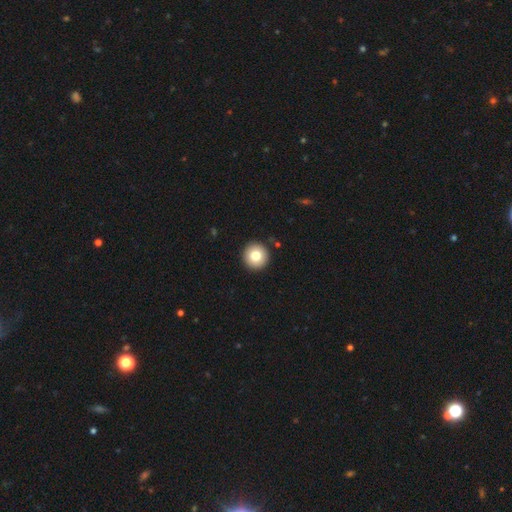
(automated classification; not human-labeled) Morphology: type=smooth (79%); roundness=round (96%); merging=none (92%).